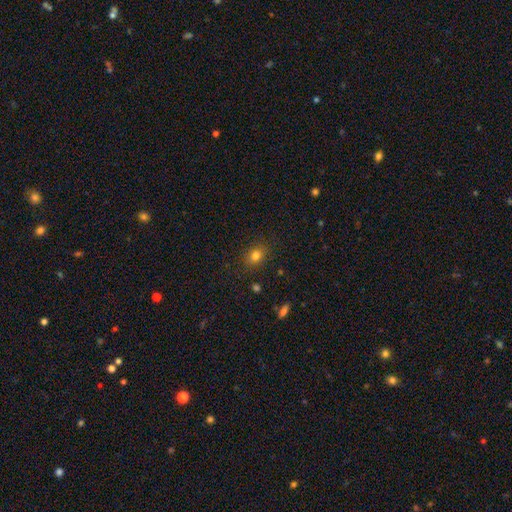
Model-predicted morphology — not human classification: This appears to be a smooth galaxy with no disk features (79%) that is in between round and cigar-shaped (59%). Merging: none (85%).